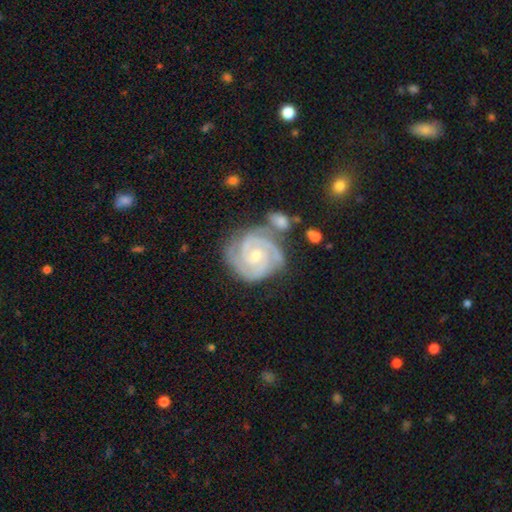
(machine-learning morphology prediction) This is clearly a featured or disk galaxy (90%). It is clearly not viewed edge-on (98%). Bar: likely no (62%). Spiral arm pattern: clearly yes (98%). Spiral arm count: marginally 2 (41%). Spiral winding: likely tight (78%). Central bulge: possibly small (54%). Merging: likely none (62%).